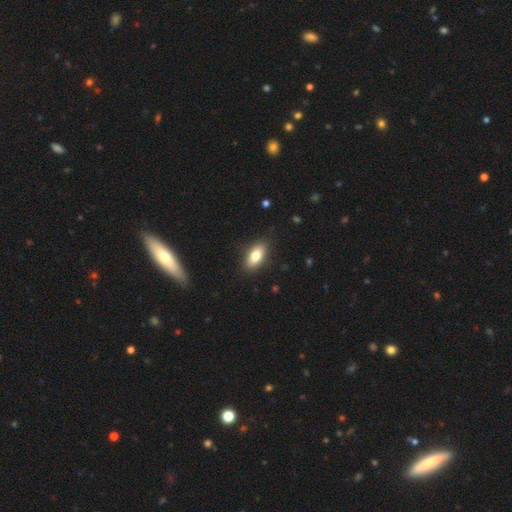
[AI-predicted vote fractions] Smooth or featured? Predicted: smooth (p=0.79). How rounded? Predicted: in between (p=0.88). Merging? Predicted: none (p=0.86).